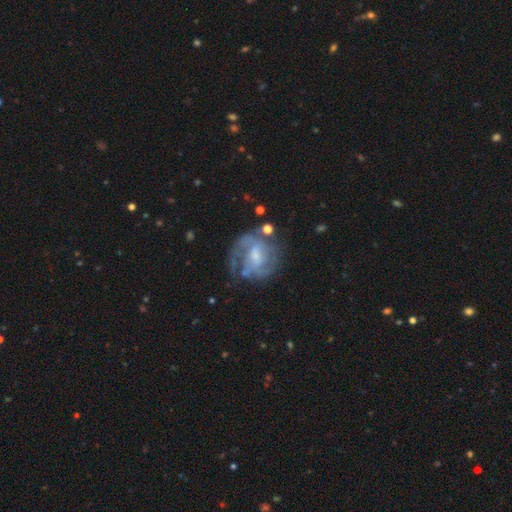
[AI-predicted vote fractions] smooth-or-featured: featured or disk: 76% | smooth: 16% | star or artifact: 7%
  disk-edge-on: no: 97% | yes: 3%
    bar: weak: 51% | no: 33% | strong: 16%
    has-spiral-arms: yes: 82% | no: 18%
      spiral-winding: medium: 43% | tight: 39% | loose: 18%
      spiral-arm-count: 2: 41% | can't tell: 30% | 3: 12% | 1: 10% | 4: 4% | more than 4: 3%
    bulge-size: moderate: 41% | small: 36% | none: 15% | large: 8% | dominant: 1%
  merging: none: 55% | minor disturbance: 21% | major disturbance: 20% | merger: 5%